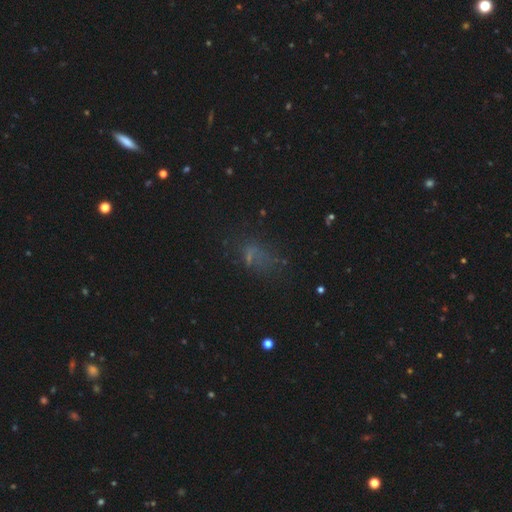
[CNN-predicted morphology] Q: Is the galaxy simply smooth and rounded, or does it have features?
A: smooth — 43%.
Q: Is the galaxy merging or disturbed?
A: none — 46%.